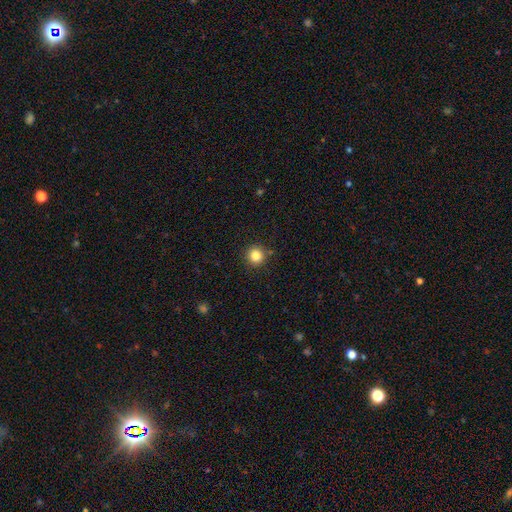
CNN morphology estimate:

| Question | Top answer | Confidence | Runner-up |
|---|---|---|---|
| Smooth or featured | smooth | 83% | star or artifact (12%) |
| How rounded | round | 94% | in between (5%) |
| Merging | none | 89% | minor disturbance (7%) |